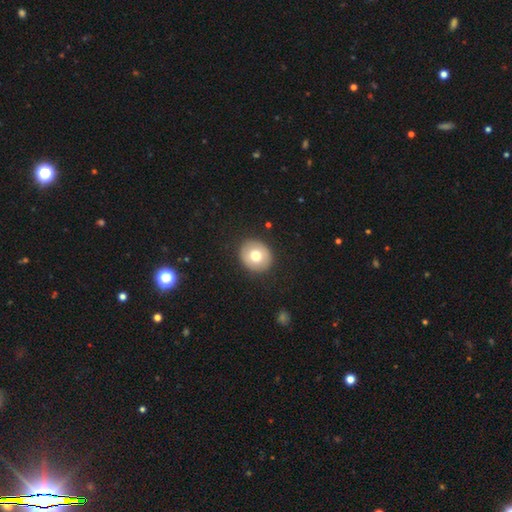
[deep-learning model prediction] The model was most divided on "smooth or featured": smooth: 73%, featured or disk: 19%, star or artifact: 8%. More confident: merging — none (91%); how rounded — round (82%).